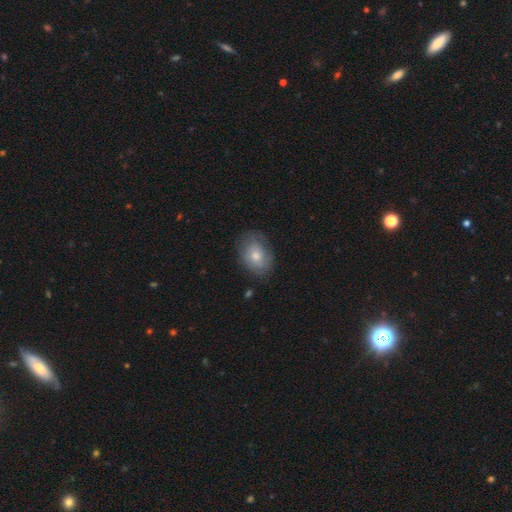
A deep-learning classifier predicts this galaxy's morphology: The model was most divided on "smooth or featured": smooth: 65%, featured or disk: 28%, star or artifact: 7%. More confident: how rounded — in between (71%); merging — none (68%).